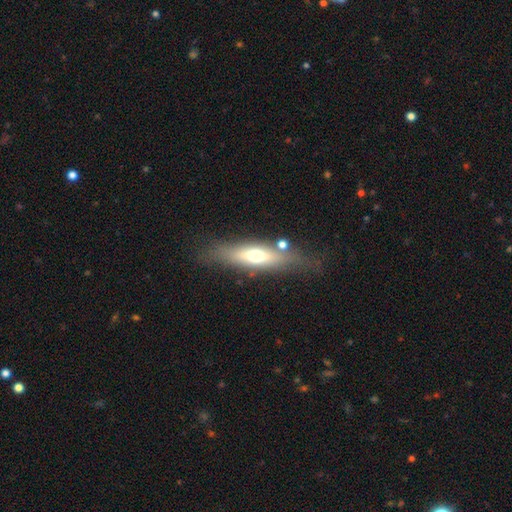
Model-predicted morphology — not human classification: Smooth or featured? smooth (48%)
Merging? none (69%)